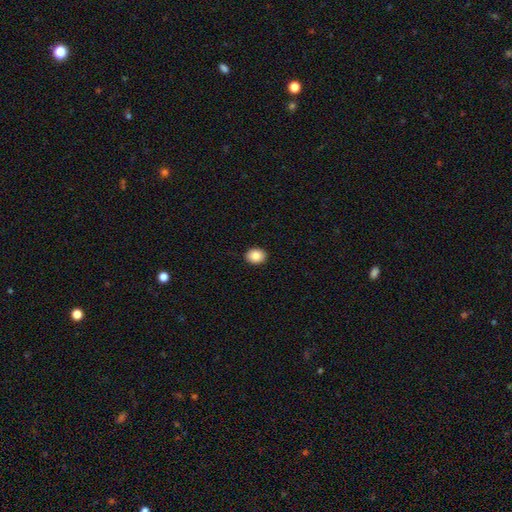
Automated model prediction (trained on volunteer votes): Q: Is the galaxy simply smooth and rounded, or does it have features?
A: smooth — 86%.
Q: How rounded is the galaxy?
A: in between — 57%.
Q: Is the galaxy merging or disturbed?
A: none — 91%.